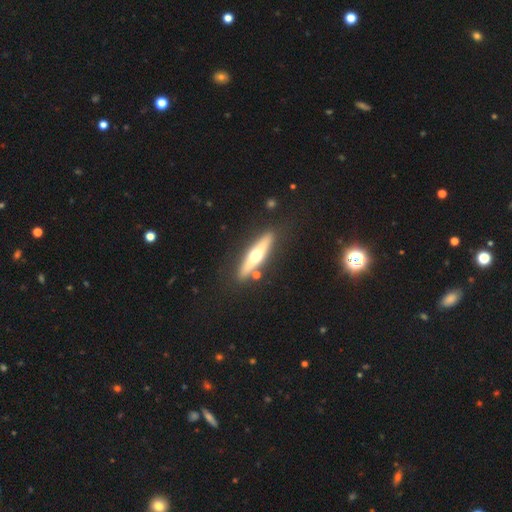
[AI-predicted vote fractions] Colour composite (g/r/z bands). It shows a featured or disk galaxy (57%) viewed edge-on (92%) with a rounded central bulge (93%). Merging: none (85%).